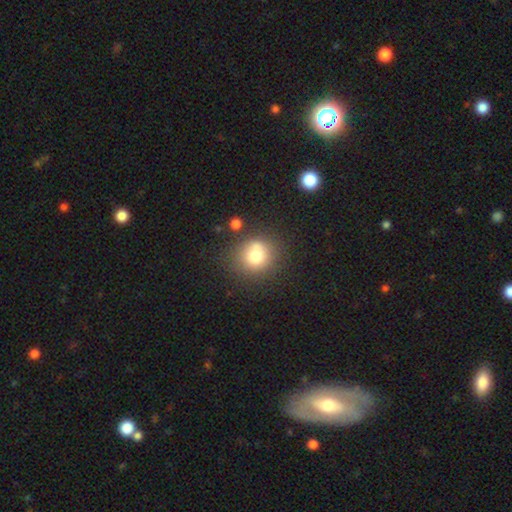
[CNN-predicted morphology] type=smooth (73%); roundness=round (86%); merging=none (63%).